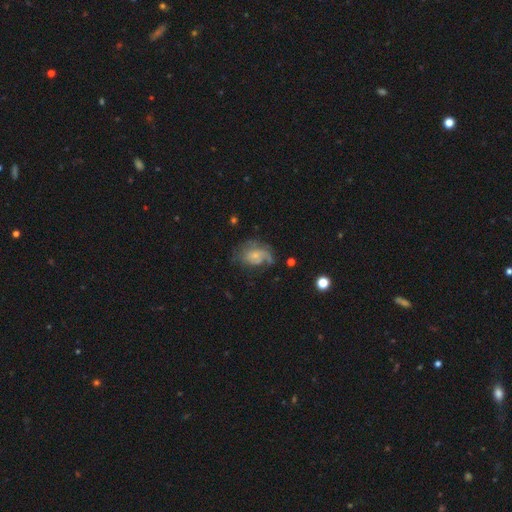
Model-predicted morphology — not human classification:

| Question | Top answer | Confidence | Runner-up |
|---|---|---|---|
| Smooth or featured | featured or disk | 56% | smooth (35%) |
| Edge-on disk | no | 97% | yes (3%) |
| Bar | no | 75% | weak (22%) |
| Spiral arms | yes | 73% | no (27%) |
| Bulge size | small | 64% | moderate (24%) |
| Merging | none | 40% | major disturbance (30%) |